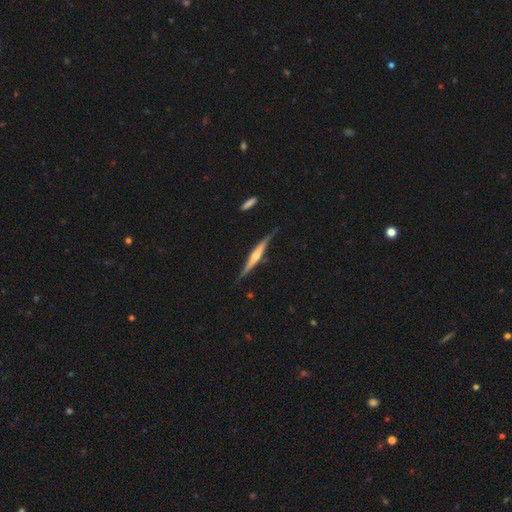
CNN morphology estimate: A featured or disk galaxy (71%) viewed edge-on (97%) with a rounded central bulge (77%). Merging: none (79%).